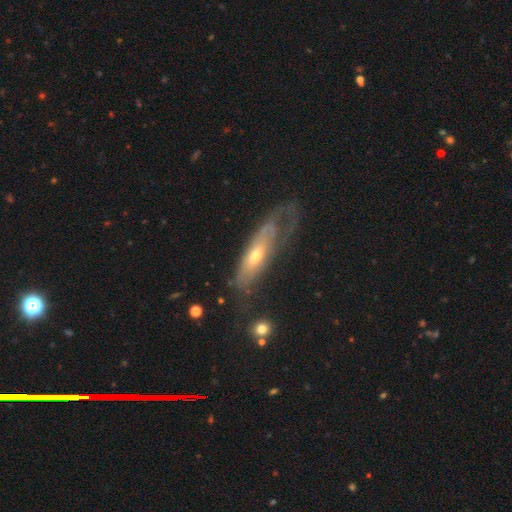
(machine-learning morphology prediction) A featured or disk galaxy (65%).

Vote fractions:
- Smooth or featured? featured or disk: 65% / smooth: 29% / star or artifact: 6%
- Edge-on disk? no: 70% / yes: 30%
- Merging? none: 37% / major disturbance: 36% / minor disturbance: 25% / merger: 3%